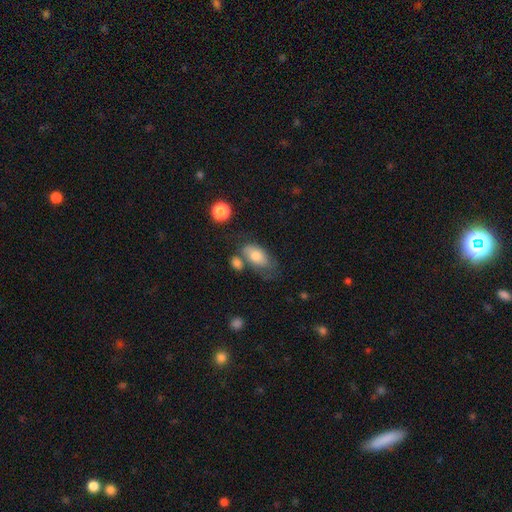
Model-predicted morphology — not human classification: smooth_or_featured: smooth (p=0.73) [alt: featured or disk p=0.20]
how_rounded: in between (p=0.90) [alt: round p=0.06]
merging: none (p=0.44) [alt: minor disturbance p=0.23]